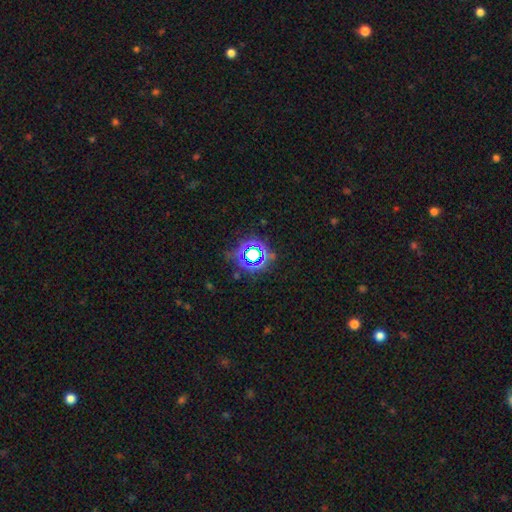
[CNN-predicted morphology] Smooth or featured? Predicted: star or artifact (p=0.66).